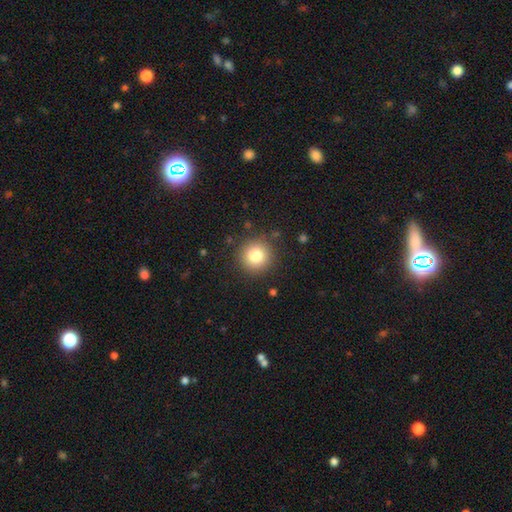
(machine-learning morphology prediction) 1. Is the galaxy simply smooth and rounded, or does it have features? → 81% smooth, 11% star or artifact, 8% featured or disk.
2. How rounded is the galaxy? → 95% round, 4% in between, 1% cigar-shaped.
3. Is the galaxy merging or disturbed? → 89% none, 7% minor disturbance, 3% major disturbance, 1% merger.